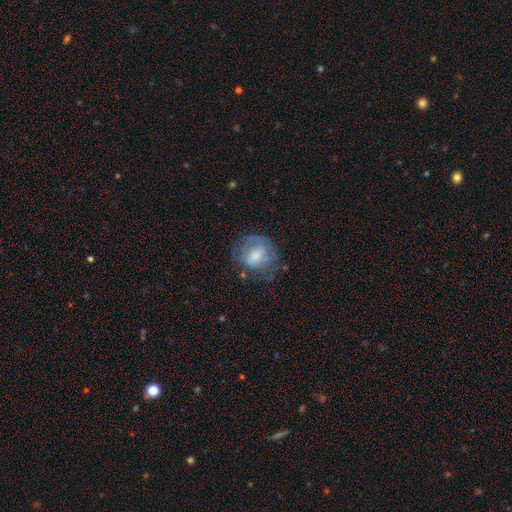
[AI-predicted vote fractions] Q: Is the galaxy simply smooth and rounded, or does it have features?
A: smooth — 56%.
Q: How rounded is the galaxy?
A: round — 68%.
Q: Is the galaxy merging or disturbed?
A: none — 50%.